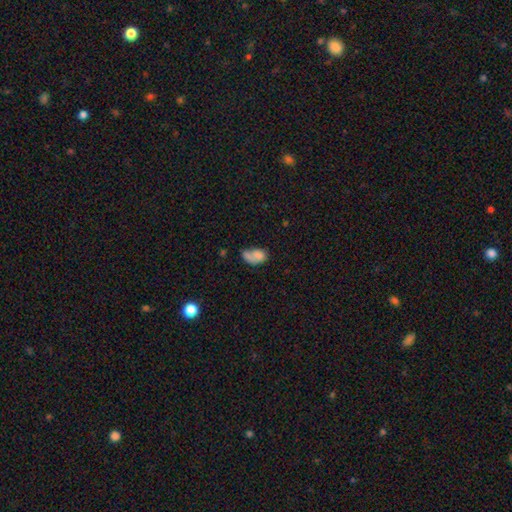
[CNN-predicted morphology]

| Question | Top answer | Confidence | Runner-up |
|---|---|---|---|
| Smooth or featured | smooth | 68% | featured or disk (22%) |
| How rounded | in between | 84% | round (15%) |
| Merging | none | 27% | major disturbance (26%) |